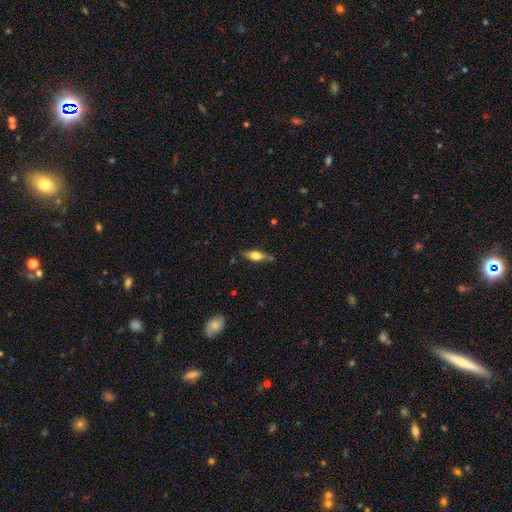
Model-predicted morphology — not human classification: A smooth galaxy with no disk features (56%) that is in between round and cigar-shaped (59%). Merging: none (76%).